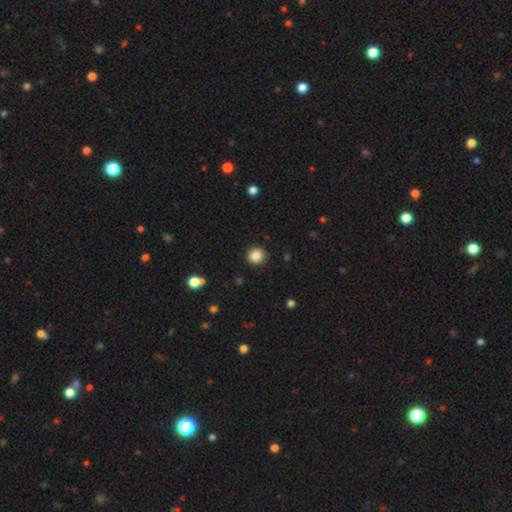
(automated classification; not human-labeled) Overall: smooth (86%). How rounded: round (93%). Merging: none (91%).